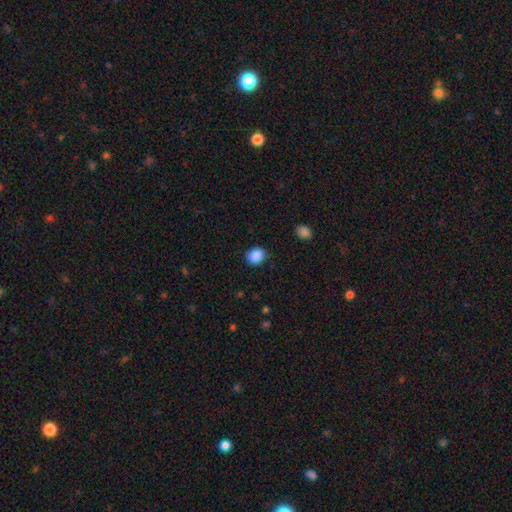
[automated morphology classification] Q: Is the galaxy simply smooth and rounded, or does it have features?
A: smooth — 89%.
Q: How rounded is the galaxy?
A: round — 54%.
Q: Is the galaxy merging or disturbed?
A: none — 84%.